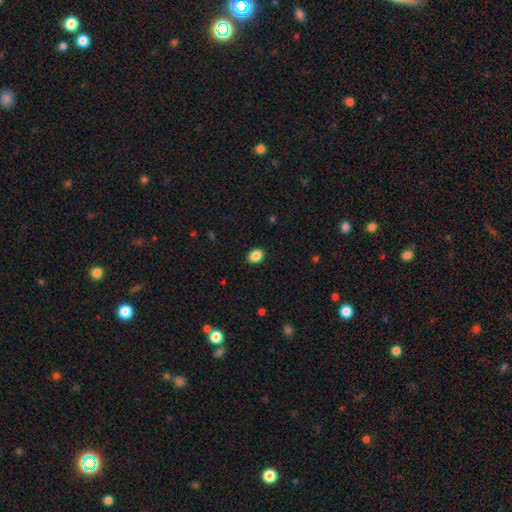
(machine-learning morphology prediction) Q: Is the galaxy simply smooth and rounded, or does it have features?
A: smooth — 88%.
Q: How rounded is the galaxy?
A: in between — 59%.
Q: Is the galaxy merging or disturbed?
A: none — 90%.